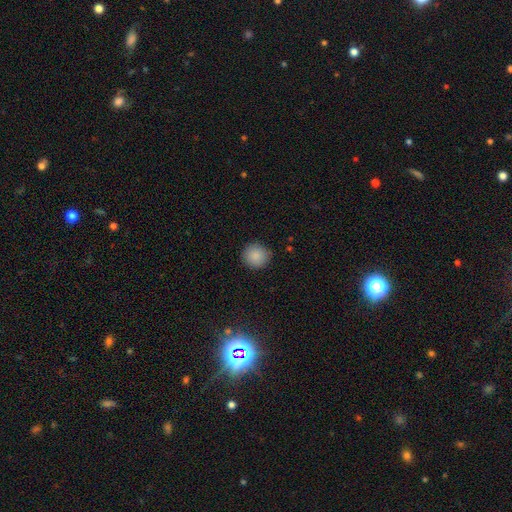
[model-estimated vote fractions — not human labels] This appears to be a smooth galaxy with no disk features (88%) that is round (93%). Merging: none (89%).